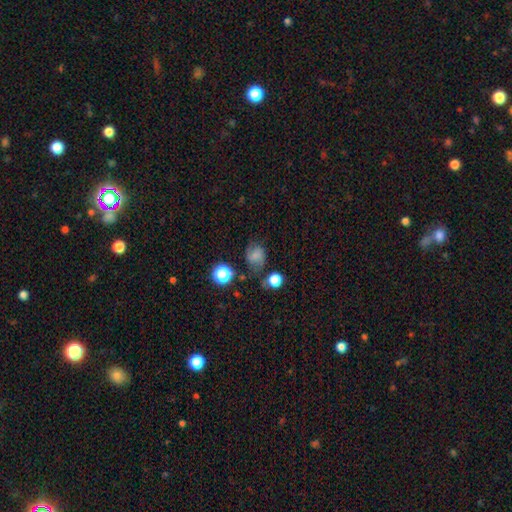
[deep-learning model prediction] Overall: smooth (63%). How rounded: round (61%; in between 38%). Merging: none (58%; minor disturbance 25%).